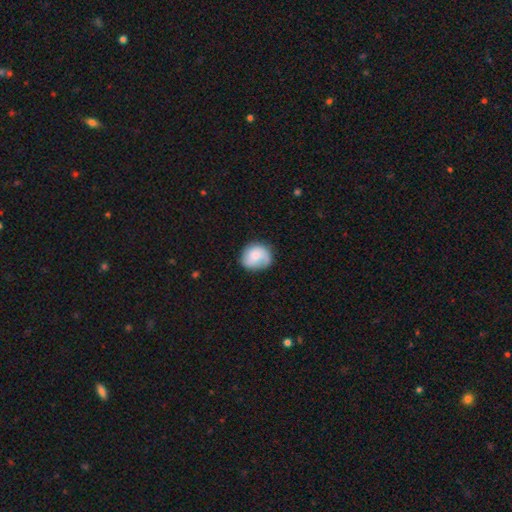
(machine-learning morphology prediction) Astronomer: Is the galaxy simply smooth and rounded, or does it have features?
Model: smooth — 68%.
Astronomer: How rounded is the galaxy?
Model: round — 73%.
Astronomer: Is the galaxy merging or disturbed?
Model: none — 67%.